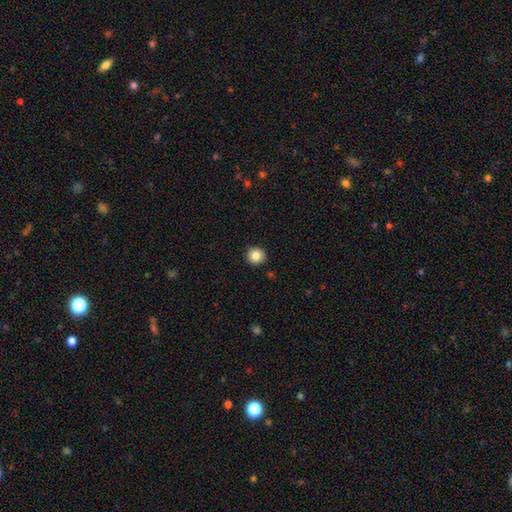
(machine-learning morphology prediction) Q: Smooth or featured?
A: smooth (84%); runner-up: star or artifact (10%)
Q: How rounded?
A: round (94%); runner-up: in between (5%)
Q: Merging?
A: none (93%); runner-up: minor disturbance (5%)